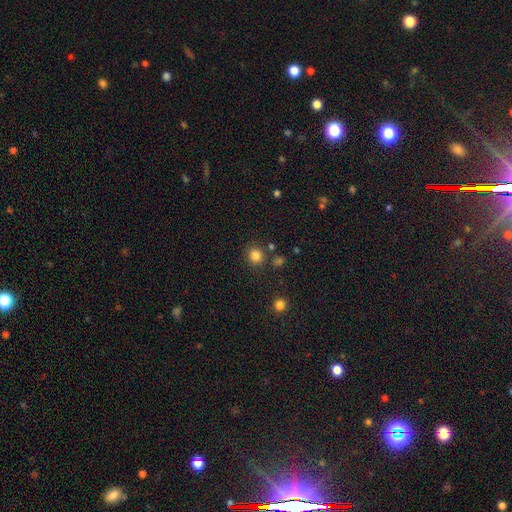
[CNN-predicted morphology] A smooth galaxy with no disk features (82%) that is round (87%). Merging: none (83%).